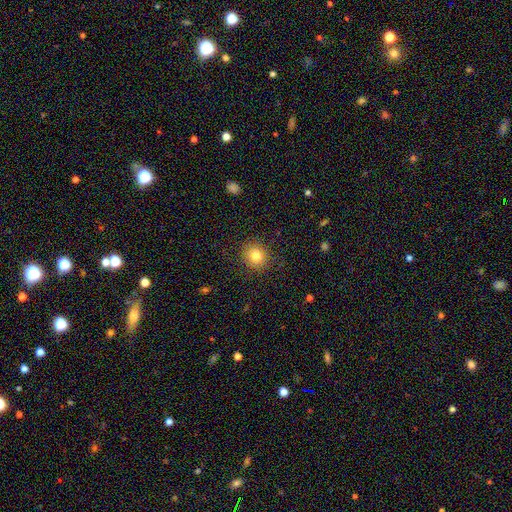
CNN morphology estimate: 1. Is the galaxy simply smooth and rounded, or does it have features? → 81% smooth, 11% star or artifact, 8% featured or disk.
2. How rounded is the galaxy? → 81% round, 18% in between, 1% cigar-shaped.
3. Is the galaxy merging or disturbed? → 89% none, 7% minor disturbance, 3% major disturbance, 1% merger.